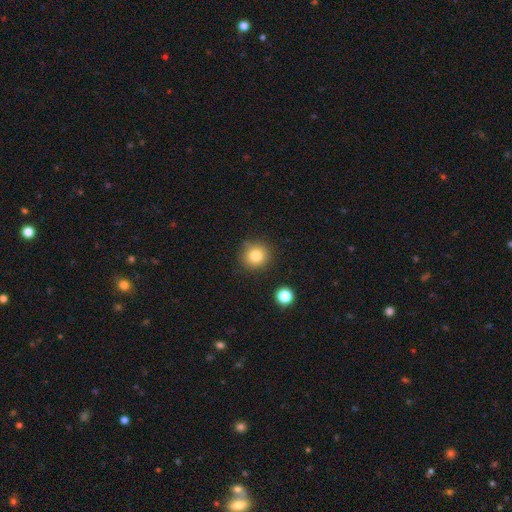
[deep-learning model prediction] This appears to be a smooth galaxy with no disk features (81%) that is round (91%). Merging: none (84%).